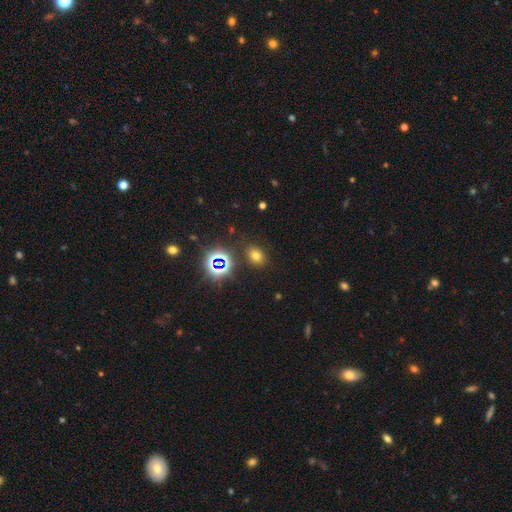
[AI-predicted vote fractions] Smooth or featured: smooth — 66% (star or artifact — 26%)
How rounded: in between — 62% (round — 37%)
Merging: none — 86% (minor disturbance — 9%)